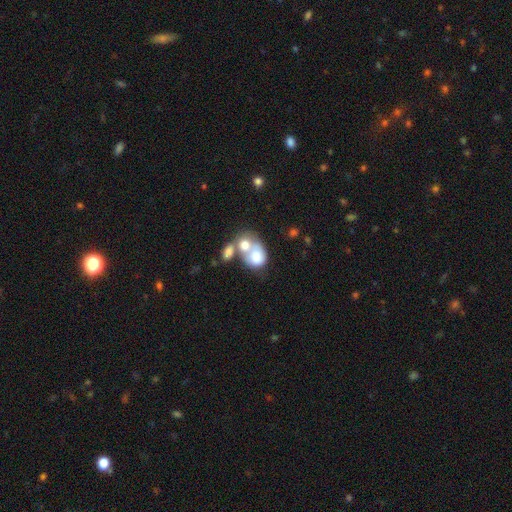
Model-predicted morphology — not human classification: smooth 64%, featured or disk 27%, star or artifact 9%. Down the decision tree: how rounded — in between (63%); merging — merger (69%).